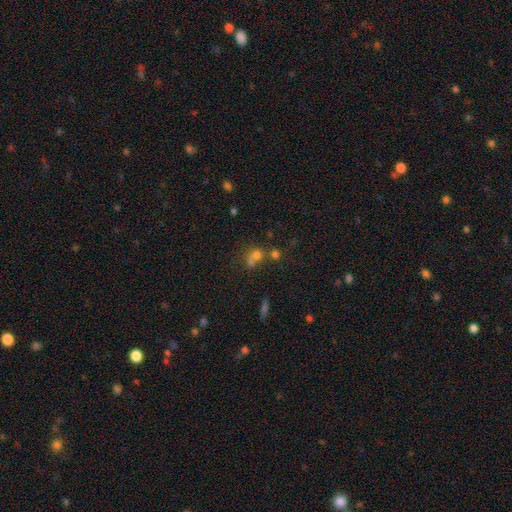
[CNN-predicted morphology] A smooth galaxy with no disk features (62%) that is round (71%). Merging: merger (47%).